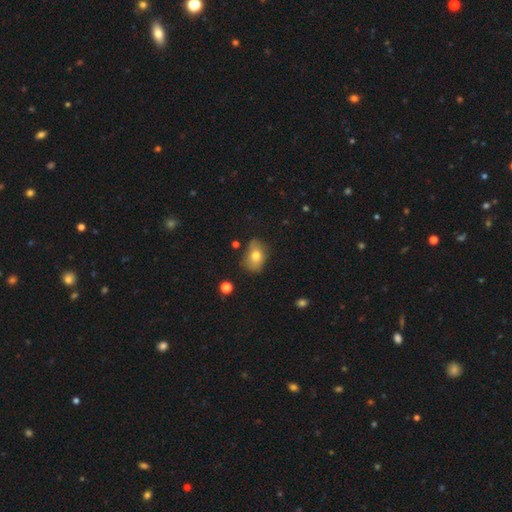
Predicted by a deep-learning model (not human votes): This appears to be a smooth galaxy with no disk features (70%) that is in between round and cigar-shaped (71%). Merging: none (64%).